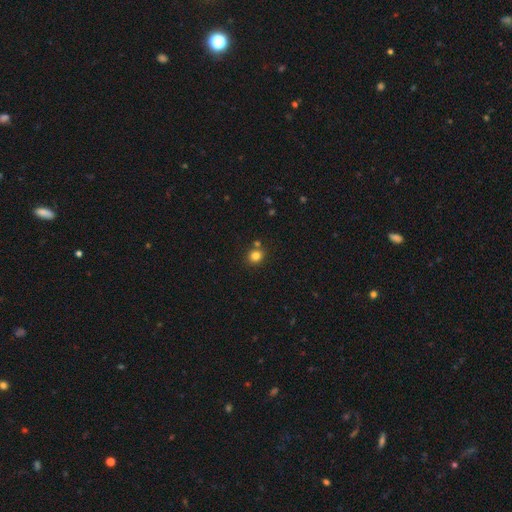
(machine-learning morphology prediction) smooth-or-featured: smooth: 82% | star or artifact: 13% | featured or disk: 5%
  how-rounded: round: 79% | in between: 20% | cigar-shaped: 1%
  merging: none: 77% | merger: 11% | minor disturbance: 9% | major disturbance: 3%